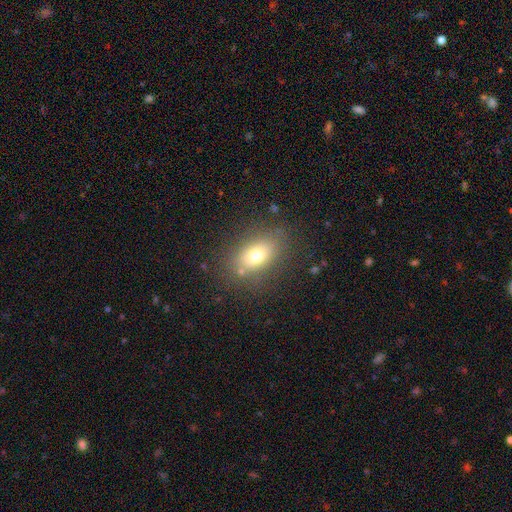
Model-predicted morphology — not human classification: Smooth or featured?
  - smooth: 72% *
  - featured or disk: 15%
  - star or artifact: 12%
How rounded?
  - in between: 80% *
  - round: 17%
  - cigar-shaped: 3%
Merging?
  - none: 80% *
  - minor disturbance: 12%
  - major disturbance: 5%
  - merger: 3%